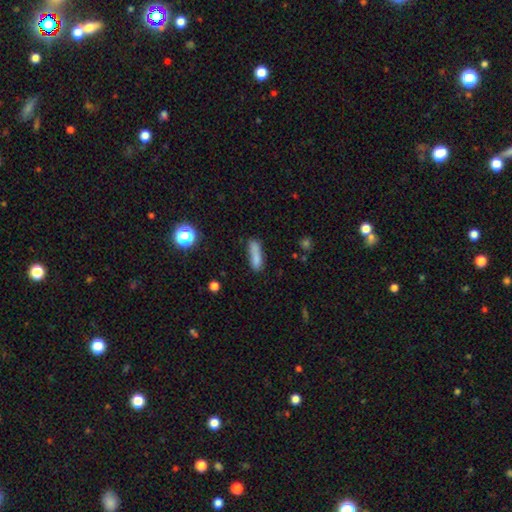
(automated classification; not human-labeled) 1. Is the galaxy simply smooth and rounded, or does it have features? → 80% smooth, 10% featured or disk, 10% star or artifact.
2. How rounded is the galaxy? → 63% cigar-shaped, 34% in between, 3% round.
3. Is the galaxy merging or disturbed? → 60% none, 23% minor disturbance, 9% merger, 8% major disturbance.